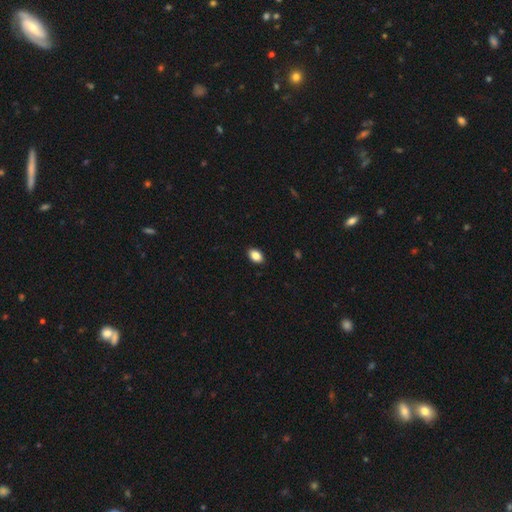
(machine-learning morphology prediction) The model was most divided on "how rounded": in between: 89%, round: 10%, cigar-shaped: 1%. More confident: merging — none (89%); smooth or featured — smooth (87%).